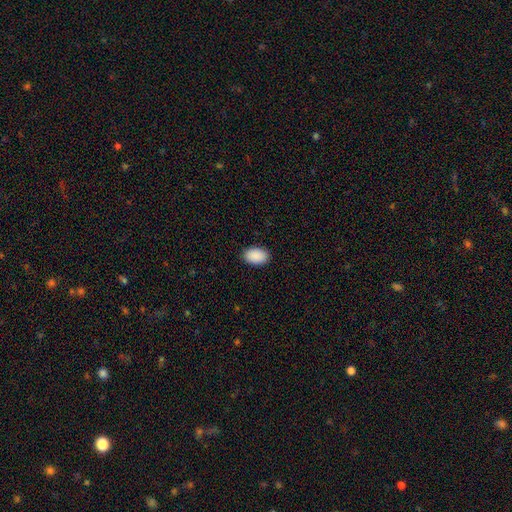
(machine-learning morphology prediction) Q: Smooth or featured?
A: smooth (91%); runner-up: star or artifact (6%)
Q: How rounded?
A: in between (91%); runner-up: round (8%)
Q: Merging?
A: none (90%); runner-up: minor disturbance (7%)